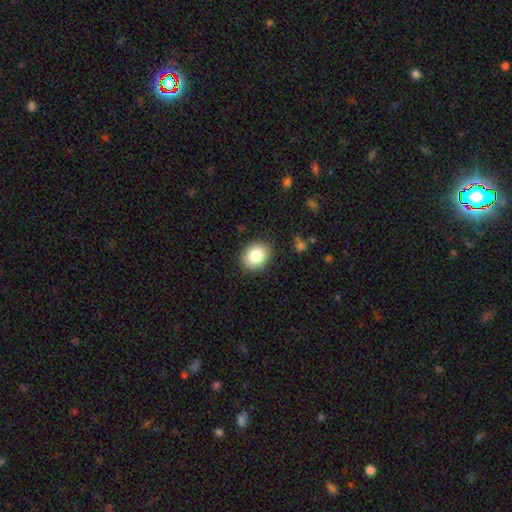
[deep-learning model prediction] Smooth or featured?
  - smooth: 83% *
  - star or artifact: 9%
  - featured or disk: 8%
How rounded?
  - in between: 50% *
  - round: 49%
  - cigar-shaped: 1%
Merging?
  - none: 88% *
  - minor disturbance: 9%
  - major disturbance: 2%
  - merger: 1%